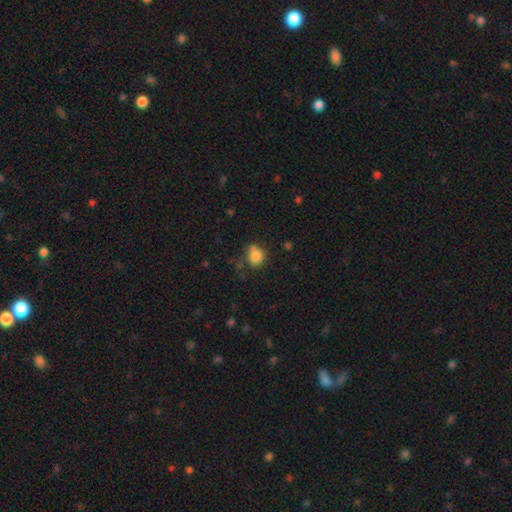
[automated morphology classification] Smooth or featured? smooth (82%)
How rounded? round (69%)
Merging? none (59%)